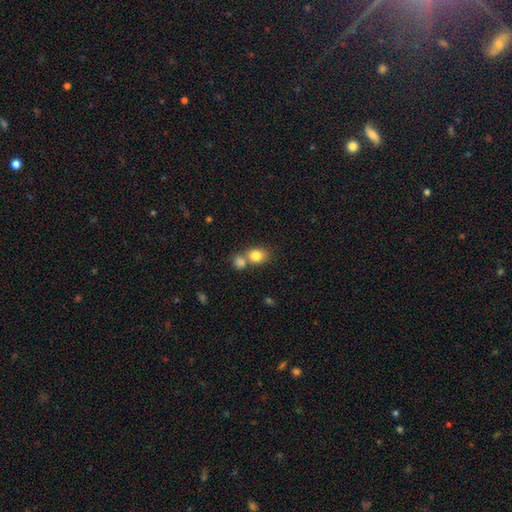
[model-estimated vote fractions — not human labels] smooth 82%, star or artifact 10%, featured or disk 9%. Down the decision tree: how rounded — round (54%); merging — none (46%).